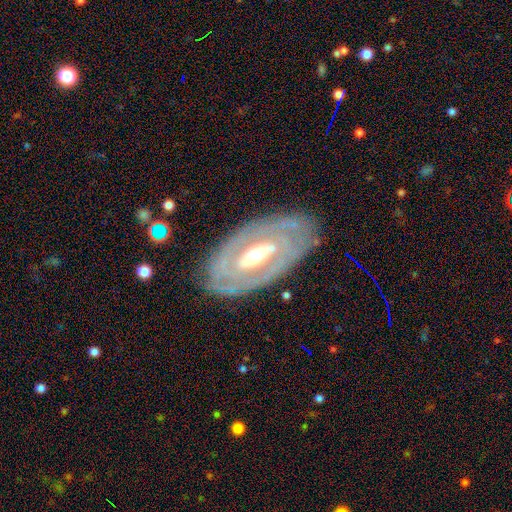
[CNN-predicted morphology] This appears to be a featured or disk galaxy (84%) with a weak bar (38%), tight (74%) spiral arms (77%) and a moderate central bulge (68%). Merging: none (81%).